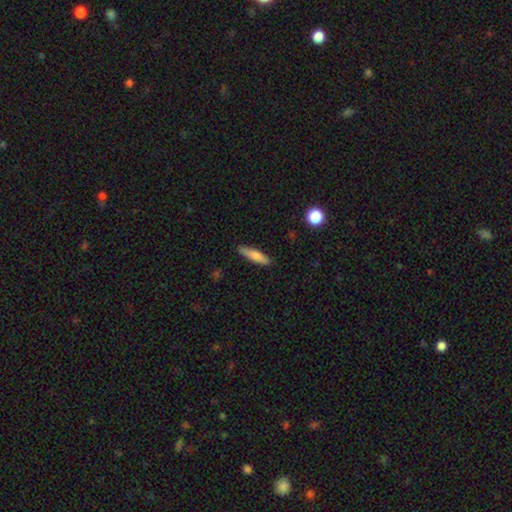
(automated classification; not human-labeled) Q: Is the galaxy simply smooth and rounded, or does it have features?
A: smooth — 72%.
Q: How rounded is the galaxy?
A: cigar-shaped — 76%.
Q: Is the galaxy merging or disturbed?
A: none — 86%.